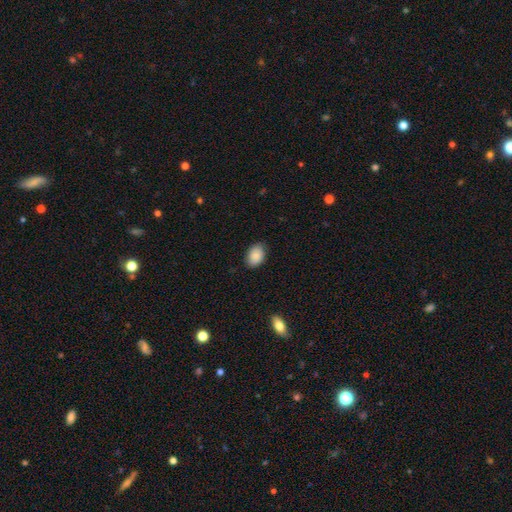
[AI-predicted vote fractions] A smooth galaxy with no disk features (88%) that is in between round and cigar-shaped (83%). Merging: none (82%).